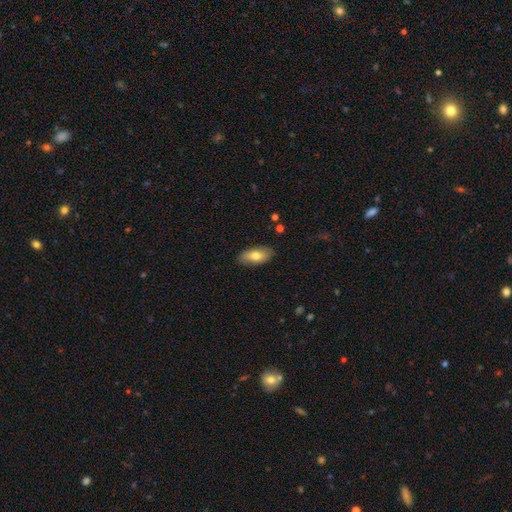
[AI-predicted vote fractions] smooth_or_featured: smooth (p=0.75) [alt: featured or disk p=0.18]
how_rounded: in between (p=0.89) [alt: cigar-shaped p=0.08]
merging: none (p=0.86) [alt: minor disturbance p=0.11]